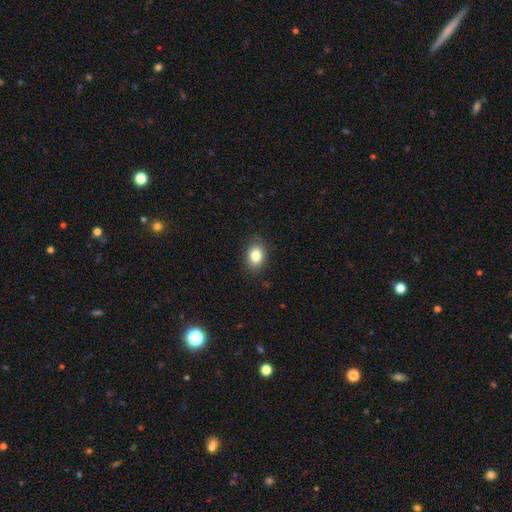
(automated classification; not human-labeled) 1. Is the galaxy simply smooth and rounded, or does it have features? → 83% smooth, 9% star or artifact, 8% featured or disk.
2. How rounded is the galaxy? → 71% in between, 28% round, 1% cigar-shaped.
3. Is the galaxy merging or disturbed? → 82% none, 14% minor disturbance, 3% major disturbance, 1% merger.